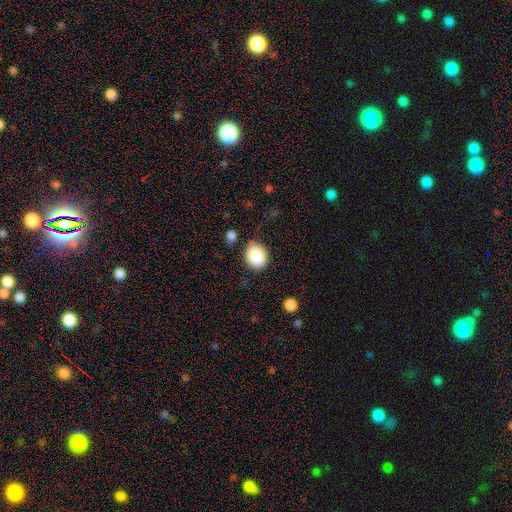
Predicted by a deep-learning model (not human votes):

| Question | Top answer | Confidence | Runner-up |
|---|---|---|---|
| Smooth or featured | smooth | 88% | star or artifact (8%) |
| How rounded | round | 53% | in between (46%) |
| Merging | none | 77% | minor disturbance (16%) |